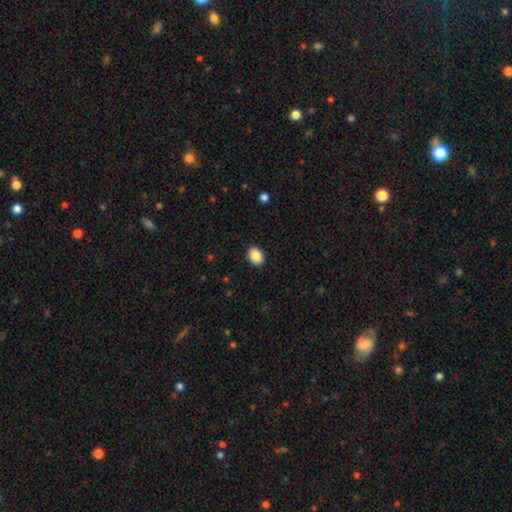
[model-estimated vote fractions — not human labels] The model was most divided on "how rounded": in between: 60%, round: 39%, cigar-shaped: 1%. More confident: merging — none (90%); smooth or featured — smooth (88%).